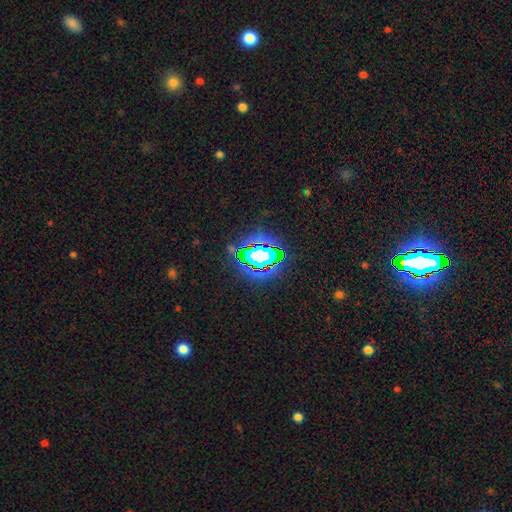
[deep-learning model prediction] Morphology: type=star or artifact (81%).